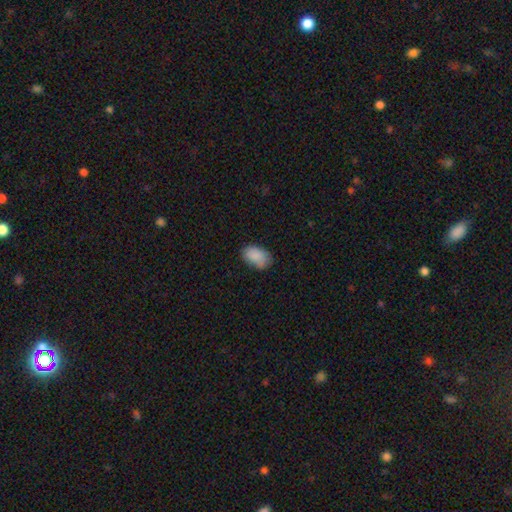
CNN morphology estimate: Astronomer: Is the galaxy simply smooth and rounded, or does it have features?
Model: smooth — 87%.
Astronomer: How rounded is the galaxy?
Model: in between — 89%.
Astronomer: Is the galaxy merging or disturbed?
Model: none — 70%.